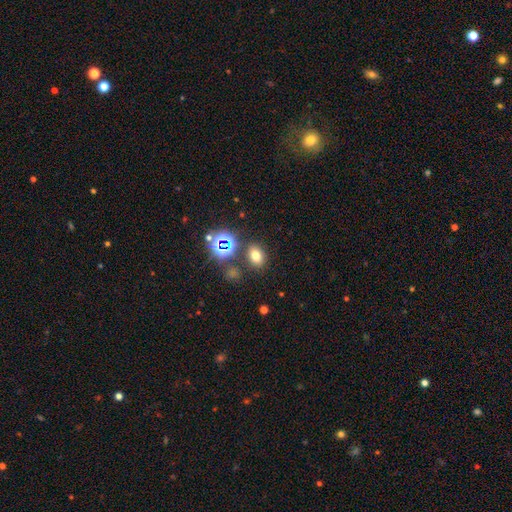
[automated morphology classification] Smooth or featured? smooth (66%)
How rounded? in between (65%)
Merging? none (79%)